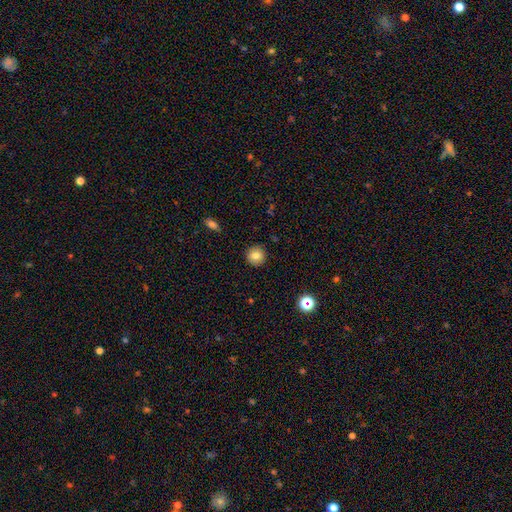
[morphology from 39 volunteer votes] Overall: smooth (77%). How rounded: round (93%). Merging: none (83%).